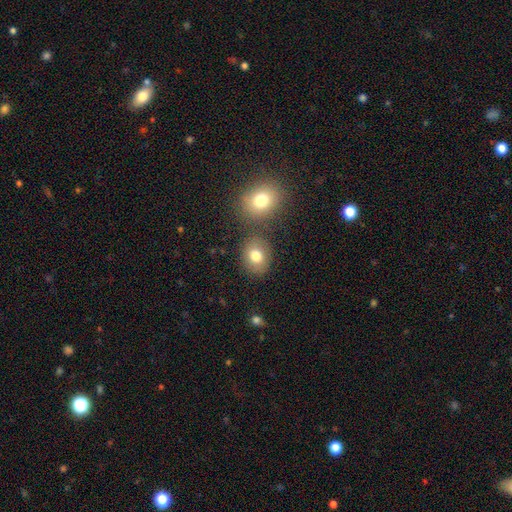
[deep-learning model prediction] smooth_or_featured: smooth (p=0.78) [alt: featured or disk p=0.11]
how_rounded: round (p=0.56) [alt: in between p=0.43]
merging: none (p=0.73) [alt: merger p=0.13]